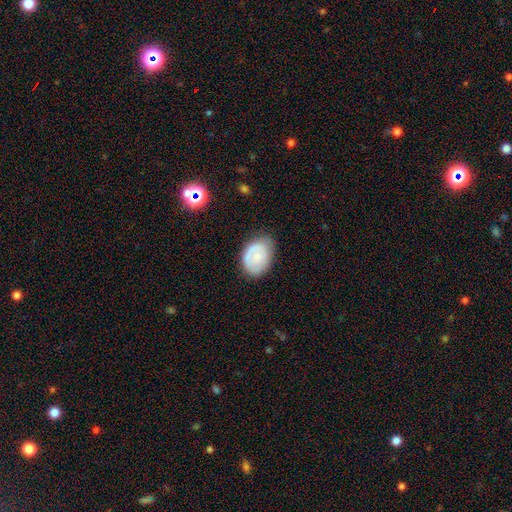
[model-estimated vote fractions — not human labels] Smooth or featured? smooth (63%)
How rounded? in between (72%)
Merging? none (65%)